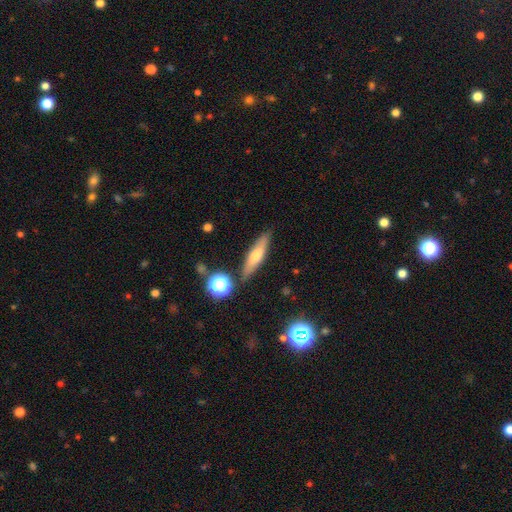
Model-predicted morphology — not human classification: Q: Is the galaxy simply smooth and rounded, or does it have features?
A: smooth — 54%.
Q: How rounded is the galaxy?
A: cigar-shaped — 73%.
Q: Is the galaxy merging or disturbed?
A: none — 83%.